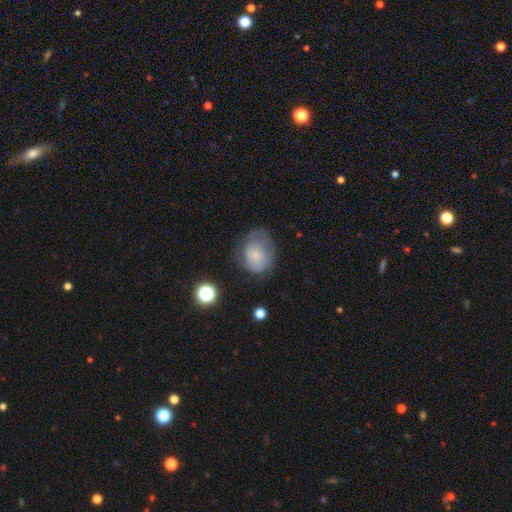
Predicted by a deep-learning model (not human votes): Smooth or featured?
  - smooth: 57% *
  - featured or disk: 33%
  - star or artifact: 10%
How rounded?
  - round: 61% *
  - in between: 38%
  - cigar-shaped: 1%
Merging?
  - none: 45% *
  - minor disturbance: 30%
  - major disturbance: 24%
  - merger: 2%